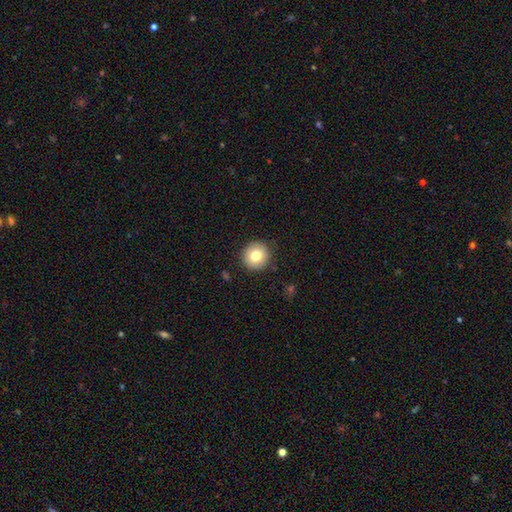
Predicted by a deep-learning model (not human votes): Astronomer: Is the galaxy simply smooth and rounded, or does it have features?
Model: smooth — 80%.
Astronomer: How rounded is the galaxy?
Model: round — 93%.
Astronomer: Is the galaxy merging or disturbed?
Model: none — 91%.